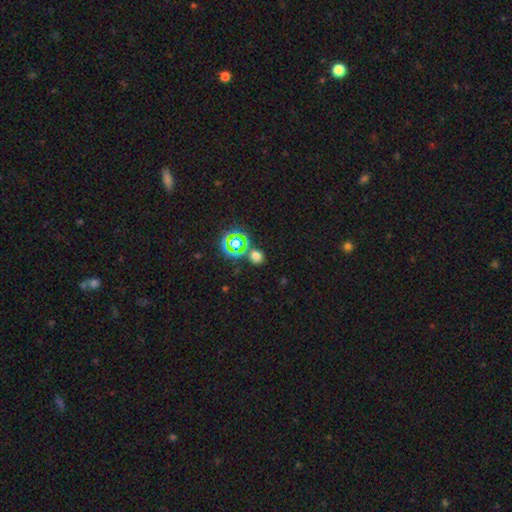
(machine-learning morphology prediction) This is likely a smooth galaxy (63%). How rounded: likely round (79%). Merging: likely none (73%).